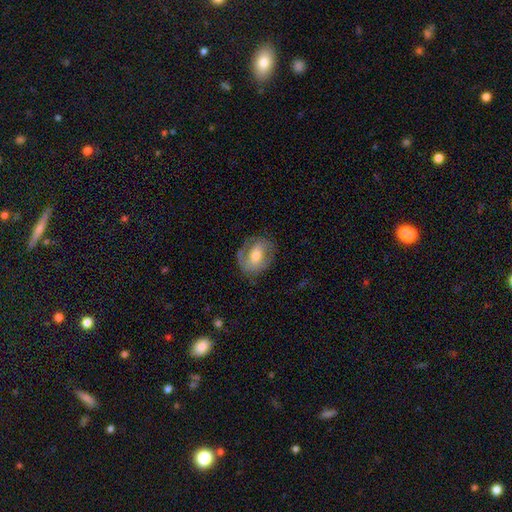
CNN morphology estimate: This appears to be a featured or disk galaxy (50%). Merging: none (66%).